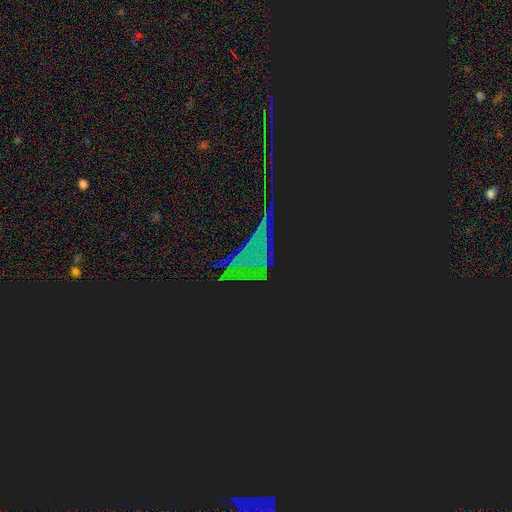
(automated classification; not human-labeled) star or artifact 76%, smooth 12%, featured or disk 11%.